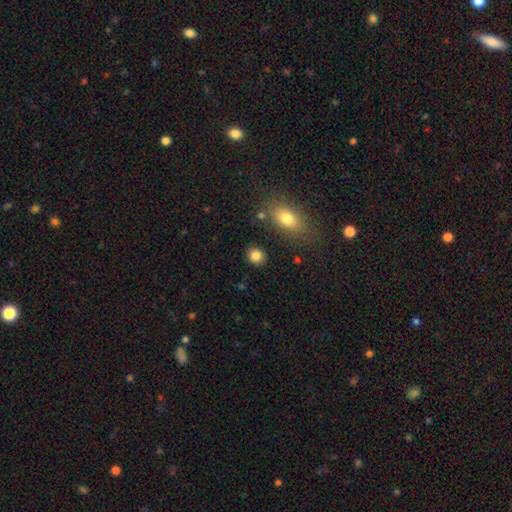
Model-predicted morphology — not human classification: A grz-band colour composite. It shows a smooth galaxy with no disk features (85%) that is round (73%). Merging: none (86%).